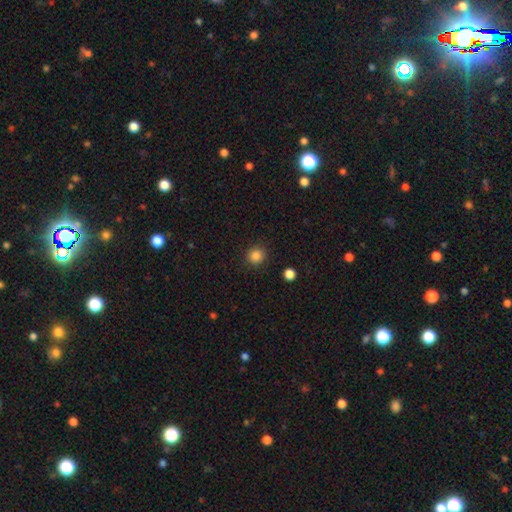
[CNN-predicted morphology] Q: Smooth or featured?
A: smooth (85%); runner-up: star or artifact (11%)
Q: How rounded?
A: round (90%); runner-up: in between (10%)
Q: Merging?
A: none (90%); runner-up: minor disturbance (6%)